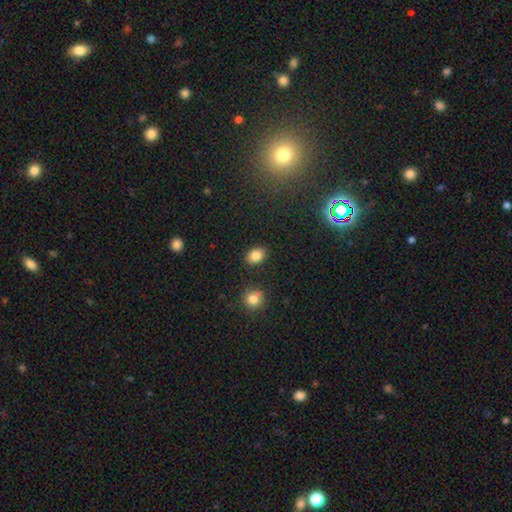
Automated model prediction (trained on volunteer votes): Overall: smooth (84%). How rounded: in between (70%). Merging: none (87%).